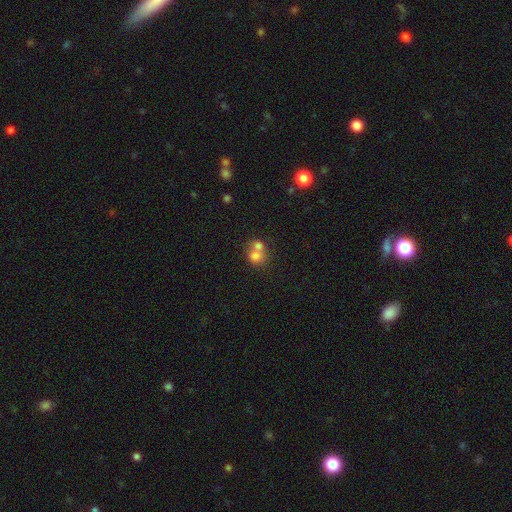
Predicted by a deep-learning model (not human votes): A smooth galaxy with no disk features (73%) that is round (73%).

Vote fractions:
- Smooth or featured? smooth: 73% / featured or disk: 16% / star or artifact: 11%
- How rounded? round: 73% / in between: 26% / cigar-shaped: 1%
- Merging? merger: 63% / none: 28% / minor disturbance: 6% / major disturbance: 3%